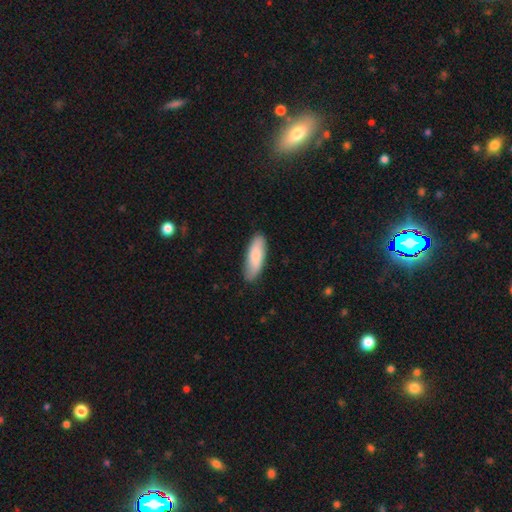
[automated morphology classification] Smooth or featured? Predicted: smooth (p=0.79). How rounded? Predicted: in between (p=0.55). Merging? Predicted: none (p=0.84).